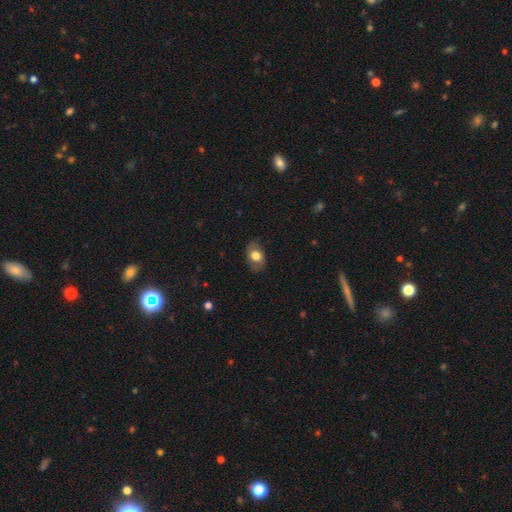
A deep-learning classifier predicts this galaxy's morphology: This appears to be a smooth galaxy with no disk features (72%) that is in between round and cigar-shaped (80%). Merging: none (76%).